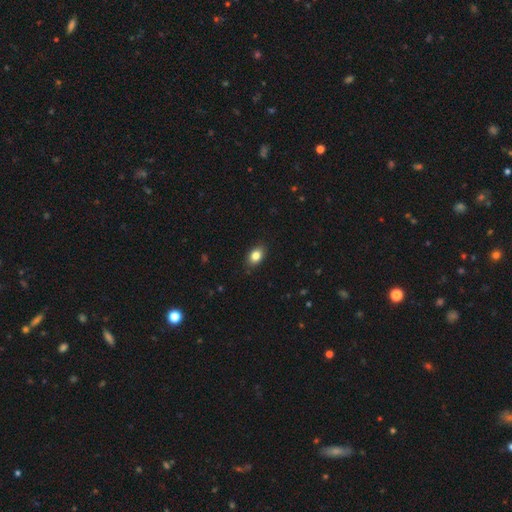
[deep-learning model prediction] Q: Smooth or featured?
A: smooth (83%); runner-up: star or artifact (9%)
Q: How rounded?
A: in between (79%); runner-up: round (19%)
Q: Merging?
A: none (86%); runner-up: minor disturbance (10%)